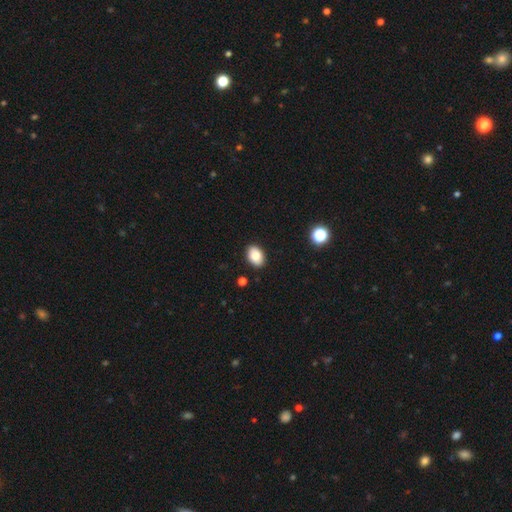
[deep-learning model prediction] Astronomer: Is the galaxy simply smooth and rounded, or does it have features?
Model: smooth — 81%.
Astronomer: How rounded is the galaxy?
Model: in between — 82%.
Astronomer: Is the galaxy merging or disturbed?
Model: none — 89%.